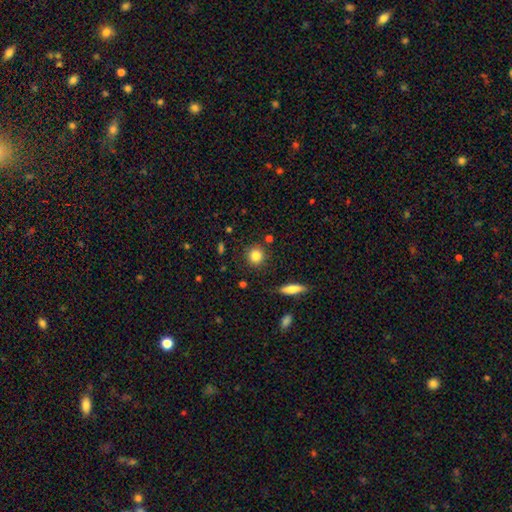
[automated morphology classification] type=smooth (84%); roundness=round (89%); merging=none (88%).